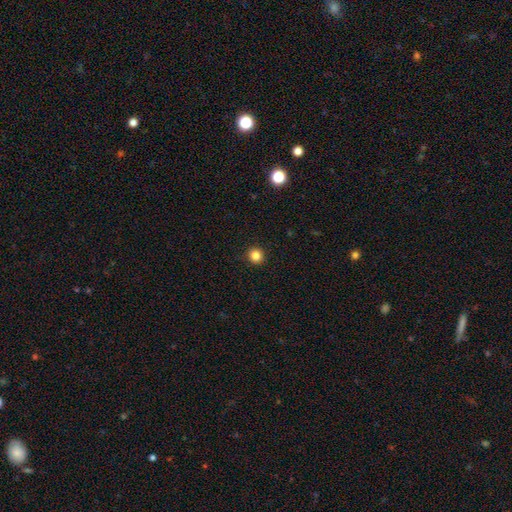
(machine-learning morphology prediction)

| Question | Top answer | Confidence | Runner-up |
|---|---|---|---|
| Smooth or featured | smooth | 84% | star or artifact (12%) |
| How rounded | round | 95% | in between (4%) |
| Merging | none | 94% | minor disturbance (4%) |